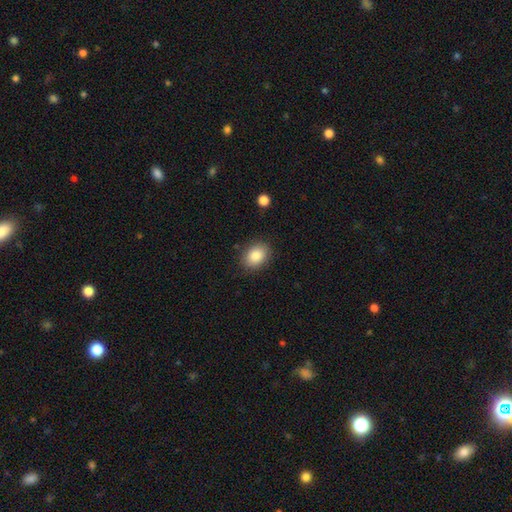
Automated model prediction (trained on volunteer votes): Smooth or featured?
  - smooth: 84% *
  - star or artifact: 8%
  - featured or disk: 7%
How rounded?
  - in between: 62% *
  - round: 37%
  - cigar-shaped: 1%
Merging?
  - none: 86% *
  - minor disturbance: 10%
  - major disturbance: 3%
  - merger: 1%